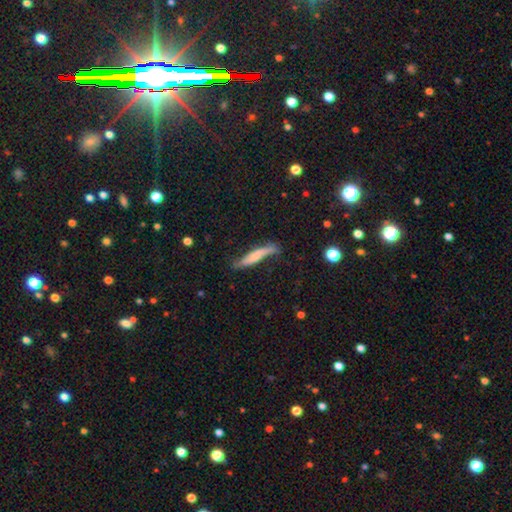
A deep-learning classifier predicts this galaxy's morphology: type=smooth (55%); roundness=cigar-shaped (87%); merging=none (58%).